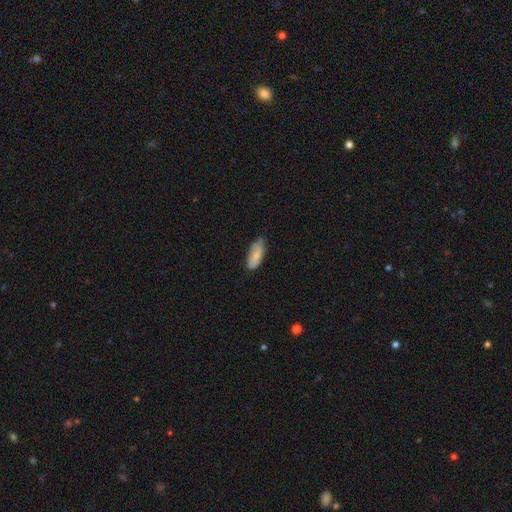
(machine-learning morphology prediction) Smooth or featured?
  - smooth: 82% *
  - featured or disk: 12%
  - star or artifact: 6%
How rounded?
  - in between: 81% *
  - cigar-shaped: 17%
  - round: 2%
Merging?
  - none: 67% *
  - minor disturbance: 27%
  - major disturbance: 4%
  - merger: 1%